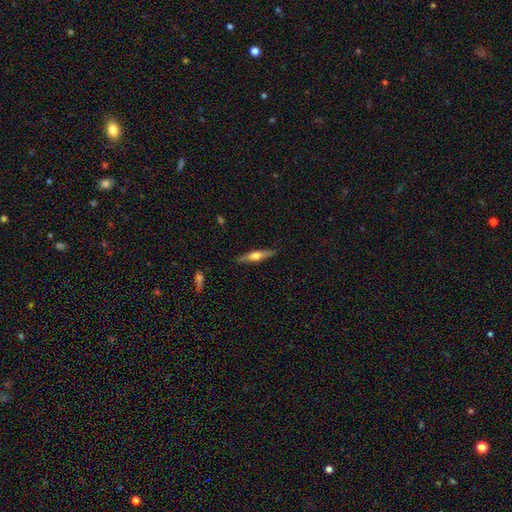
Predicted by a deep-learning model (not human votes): Smooth or featured? Predicted: featured or disk (p=0.57). Edge-on disk? Predicted: yes (p=0.95). Edge-on bulge? Predicted: rounded (p=0.93). Merging? Predicted: none (p=0.89).